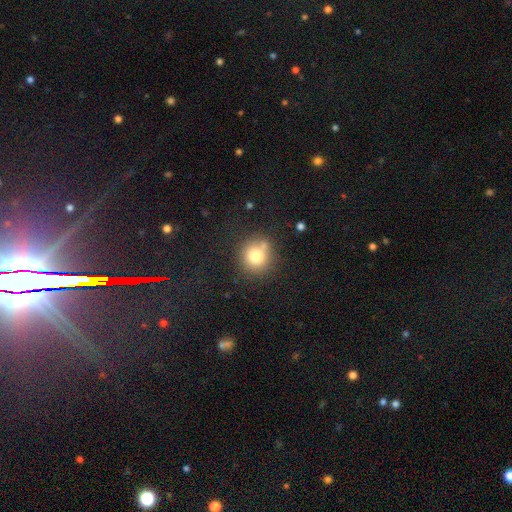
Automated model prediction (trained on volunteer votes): Smooth or featured?
  - smooth: 78% *
  - star or artifact: 11%
  - featured or disk: 11%
How rounded?
  - round: 87% *
  - in between: 12%
  - cigar-shaped: 1%
Merging?
  - none: 67% *
  - minor disturbance: 15%
  - merger: 13%
  - major disturbance: 5%